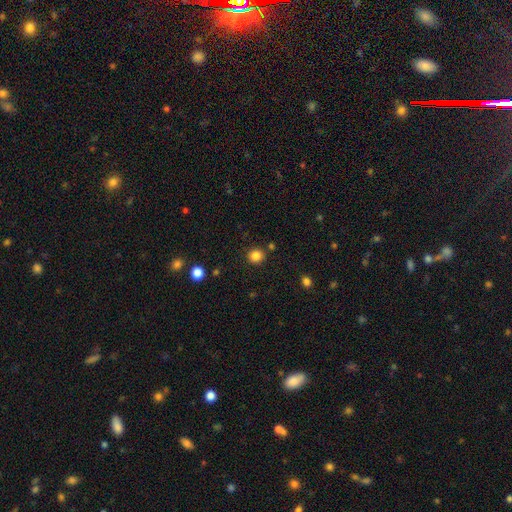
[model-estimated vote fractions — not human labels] Overall: smooth (84%). How rounded: round (88%). Merging: none (86%).